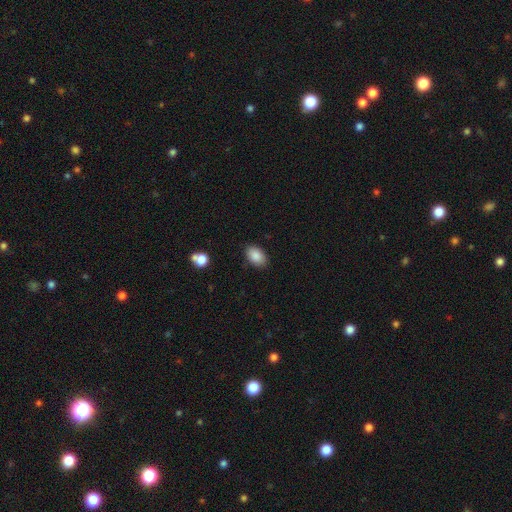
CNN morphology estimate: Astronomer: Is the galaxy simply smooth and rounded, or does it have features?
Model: smooth — 87%.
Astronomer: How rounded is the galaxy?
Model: in between — 89%.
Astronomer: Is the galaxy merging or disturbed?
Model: none — 86%.